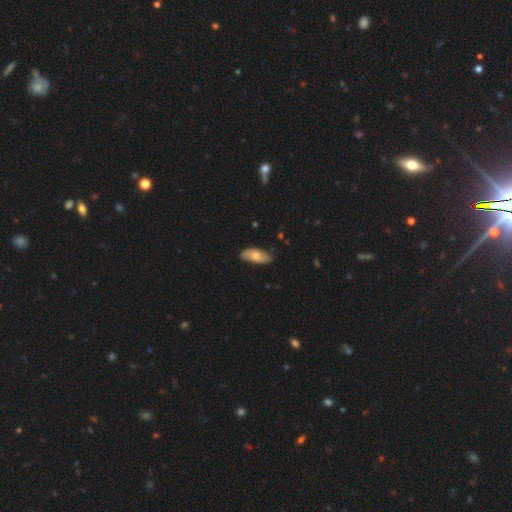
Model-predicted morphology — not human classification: Q: Smooth or featured?
A: smooth (62%); runner-up: featured or disk (32%)
Q: How rounded?
A: in between (87%); runner-up: cigar-shaped (11%)
Q: Merging?
A: none (79%); runner-up: minor disturbance (17%)